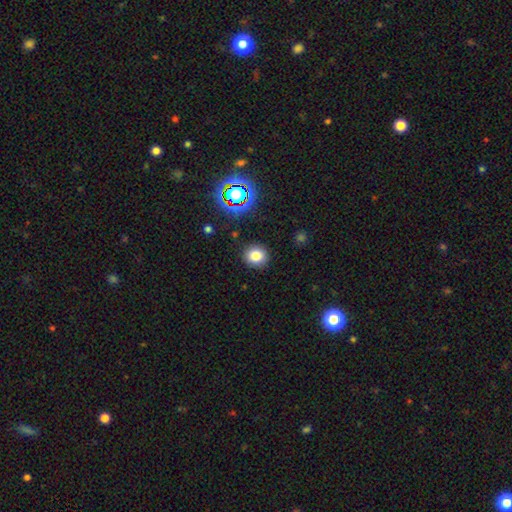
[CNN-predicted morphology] Q: Smooth or featured?
A: smooth (79%); runner-up: star or artifact (14%)
Q: How rounded?
A: round (81%); runner-up: in between (18%)
Q: Merging?
A: none (89%); runner-up: minor disturbance (7%)